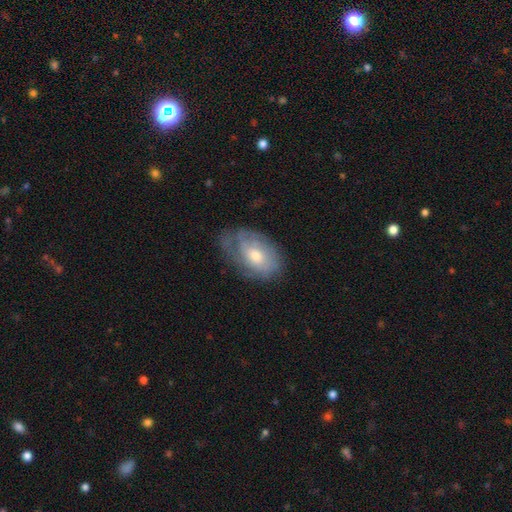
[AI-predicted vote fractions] A featured or disk galaxy (55%) with no bar (75%), spiral arms (68%) and a moderate central bulge (62%).

Vote fractions:
- Smooth or featured? featured or disk: 55% / smooth: 38% / star or artifact: 7%
- Edge-on disk? no: 94% / yes: 6%
- Bar? no: 75% / weak: 22% / strong: 3%
- Spiral arms? yes: 68% / no: 32%
- Bulge size? moderate: 62% / small: 30% / large: 6% / none: 2% / dominant: 1%
- Merging? none: 57% / minor disturbance: 29% / major disturbance: 13% / merger: 1%